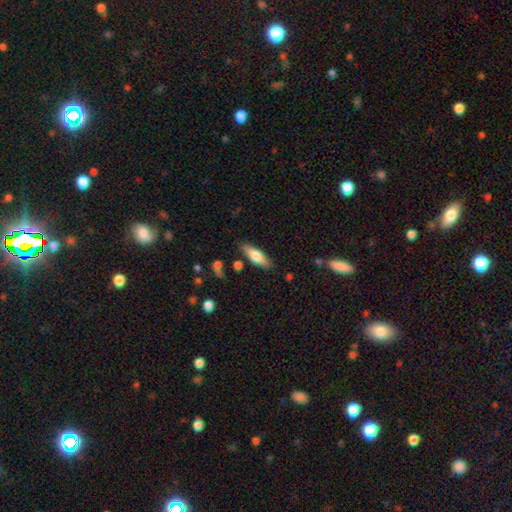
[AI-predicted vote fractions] A smooth galaxy with no disk features (66%) that is in between round and cigar-shaped (54%). Merging: none (82%).